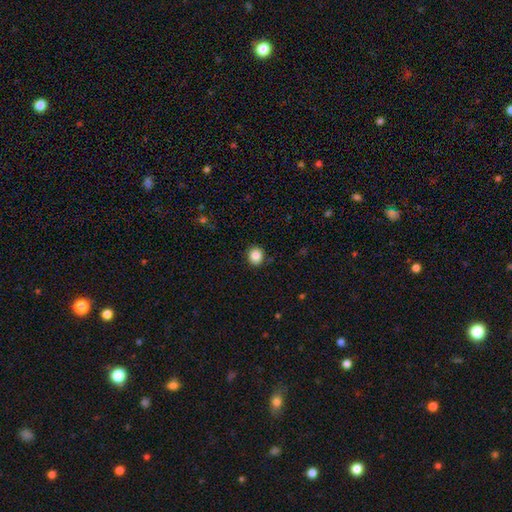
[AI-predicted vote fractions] Smooth or featured? smooth (86%)
How rounded? round (82%)
Merging? none (89%)